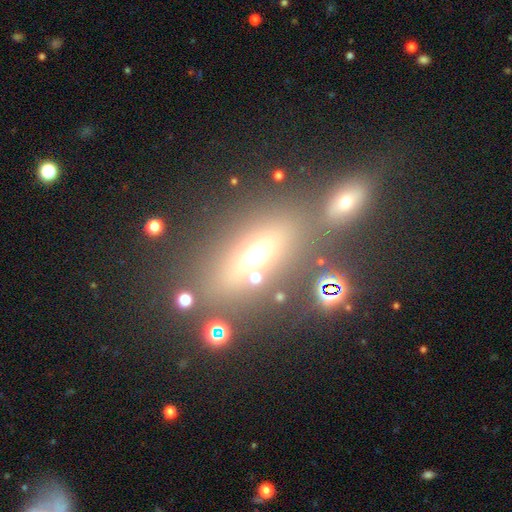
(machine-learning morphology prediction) smooth_or_featured: smooth (p=0.49) [alt: star or artifact p=0.28]
merging: none (p=0.68) [alt: merger p=0.17]